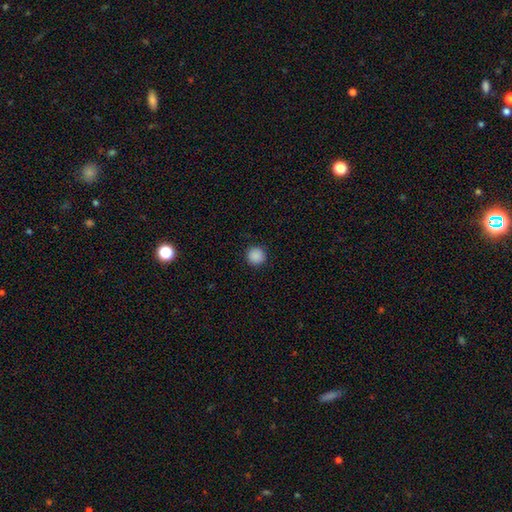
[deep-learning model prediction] Q: Smooth or featured?
A: smooth (89%); runner-up: star or artifact (9%)
Q: How rounded?
A: round (96%); runner-up: in between (3%)
Q: Merging?
A: none (93%); runner-up: minor disturbance (5%)